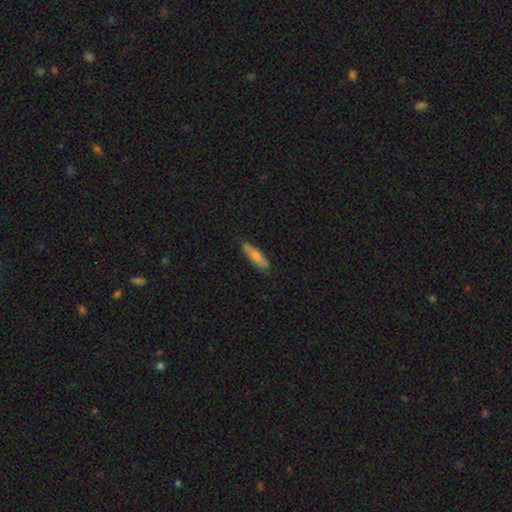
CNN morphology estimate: This is likely a smooth galaxy (69%). How rounded: likely cigar-shaped (68%). Merging: likely none (80%).